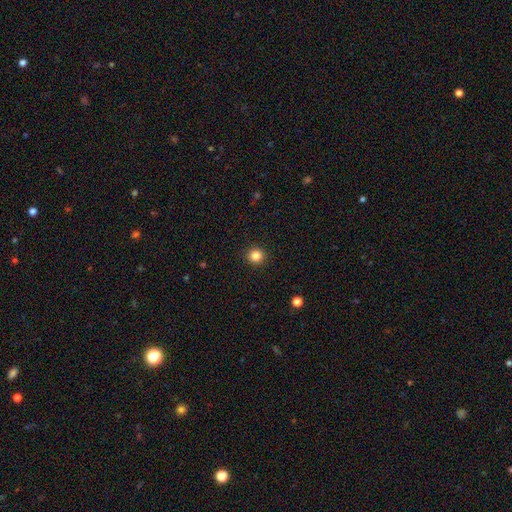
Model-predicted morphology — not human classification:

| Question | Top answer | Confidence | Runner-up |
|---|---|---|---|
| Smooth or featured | smooth | 84% | star or artifact (11%) |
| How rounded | round | 95% | in between (4%) |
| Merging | none | 93% | minor disturbance (4%) |